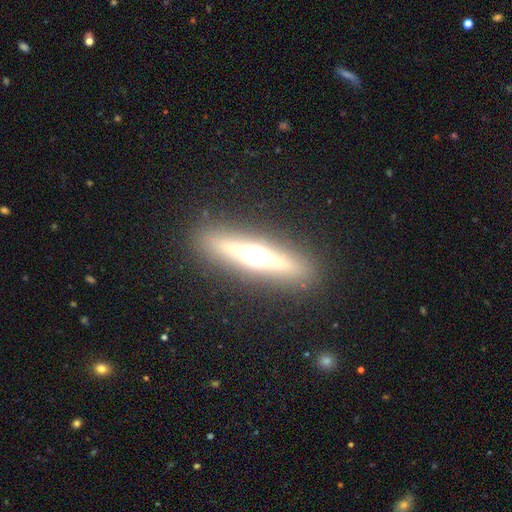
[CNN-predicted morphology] This appears to be a featured or disk galaxy (71%) viewed edge-on (94%) with a rounded central bulge (92%). Merging: none (88%).